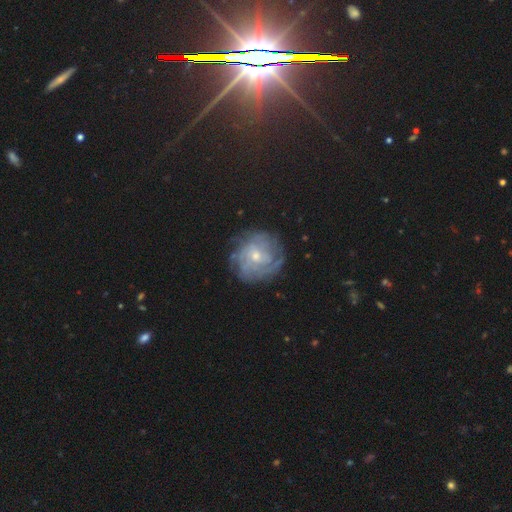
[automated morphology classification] smooth-or-featured: featured or disk: 69% | smooth: 16% | star or artifact: 14%
  disk-edge-on: no: 97% | yes: 3%
    bar: no: 70% | weak: 25% | strong: 5%
    has-spiral-arms: yes: 87% | no: 13%
      spiral-winding: tight: 68% | medium: 23% | loose: 9%
      spiral-arm-count: can't tell: 55% | 3: 10% | 2: 10% | 4: 10% | more than 4: 8% | 1: 7%
    bulge-size: small: 59% | moderate: 36% | large: 2% | none: 2% | dominant: 1%
  merging: none: 78% | minor disturbance: 14% | major disturbance: 6% | merger: 1%